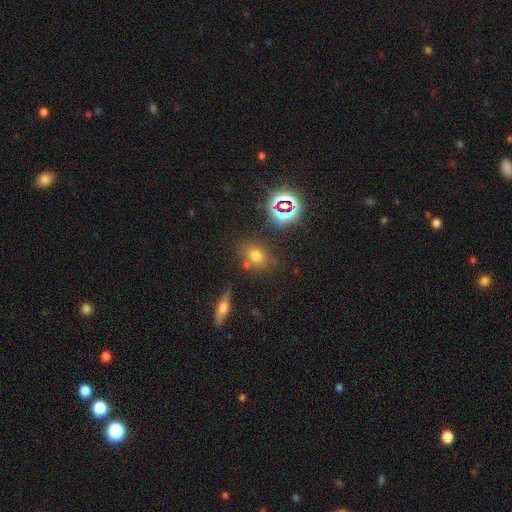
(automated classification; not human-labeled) The model was most divided on "how rounded": in between: 51%, round: 46%, cigar-shaped: 2%. More confident: merging — none (74%); smooth or featured — smooth (66%).